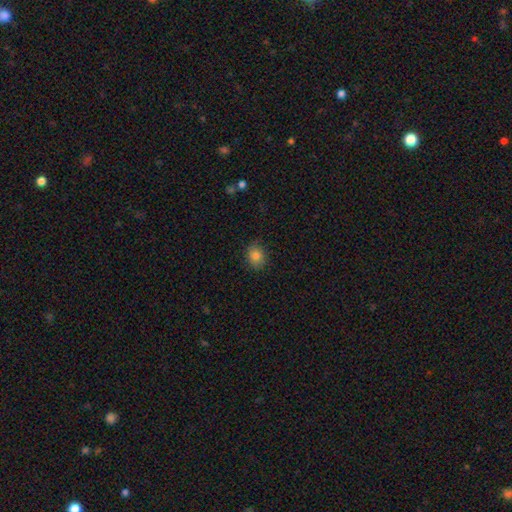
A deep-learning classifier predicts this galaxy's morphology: The model was most divided on "how rounded": round: 60%, in between: 39%, cigar-shaped: 1%. More confident: smooth or featured — smooth (84%); merging — none (84%).